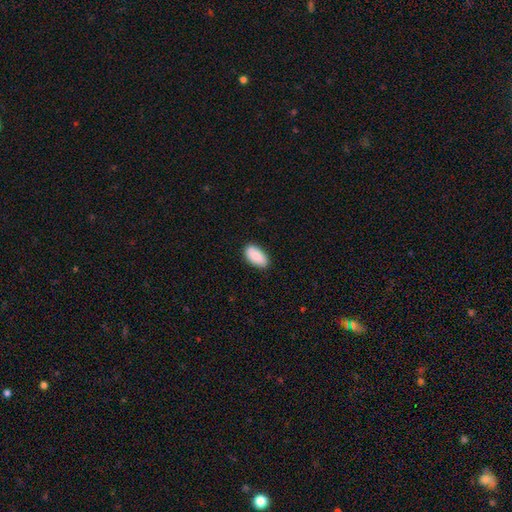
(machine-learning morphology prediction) Overall: smooth (86%). How rounded: in between (94%). Merging: none (84%).